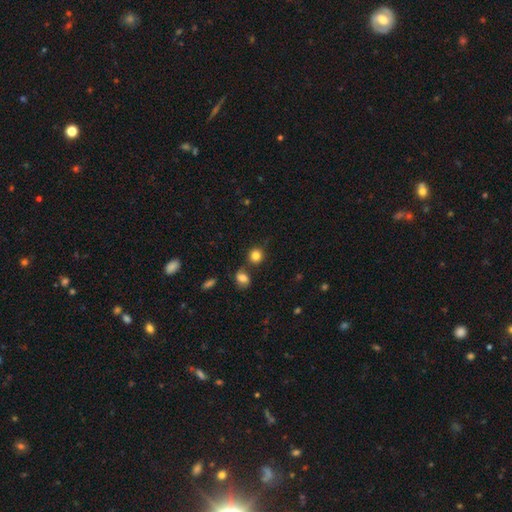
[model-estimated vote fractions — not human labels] smooth_or_featured: smooth (p=0.83) [alt: star or artifact p=0.11]
how_rounded: round (p=0.87) [alt: in between p=0.12]
merging: none (p=0.70) [alt: merger p=0.15]